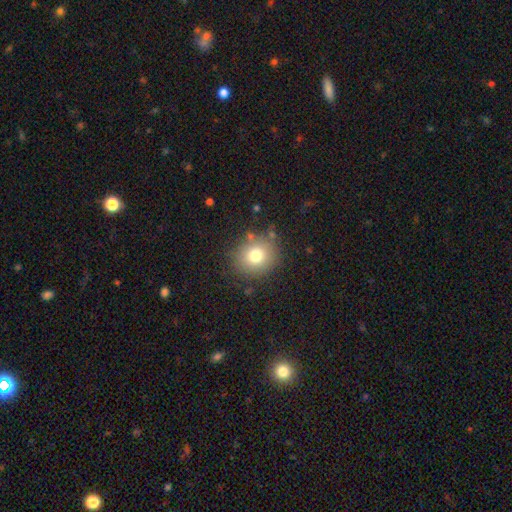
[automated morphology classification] A smooth galaxy with no disk features (76%) that is round (79%). Merging: none (82%).